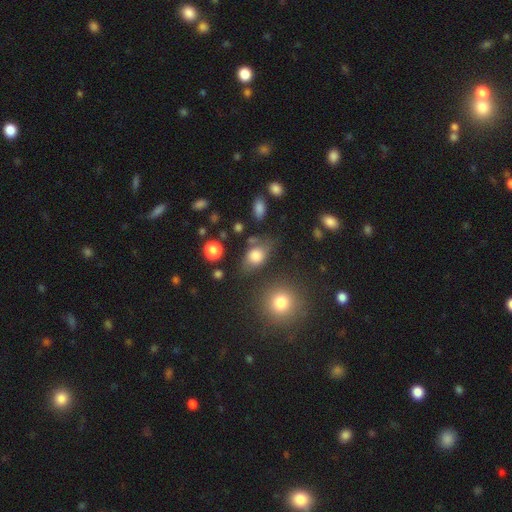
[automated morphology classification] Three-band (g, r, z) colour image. It shows a smooth galaxy with no disk features (75%) that is in between round and cigar-shaped (73%). Merging: none (57%).